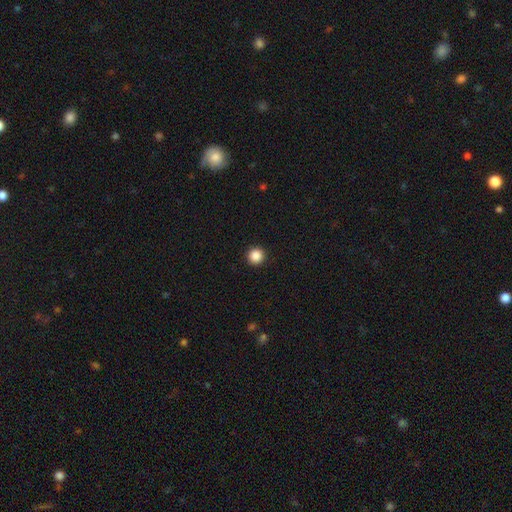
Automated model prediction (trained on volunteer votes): A smooth galaxy with no disk features (87%) that is round (96%). Merging: none (94%).